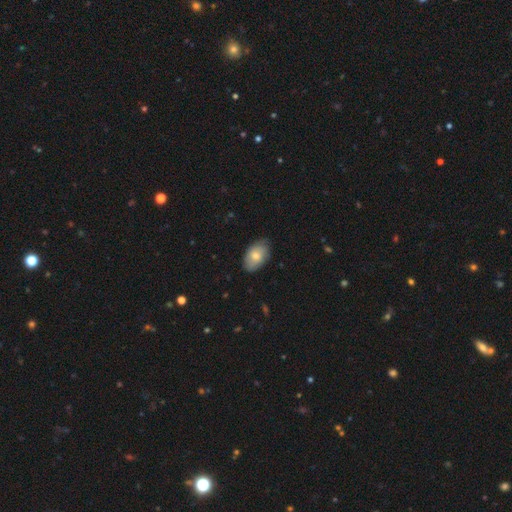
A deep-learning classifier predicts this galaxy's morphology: smooth-or-featured: smooth: 73% | featured or disk: 21% | star or artifact: 6%
  how-rounded: in between: 91% | round: 8% | cigar-shaped: 1%
  merging: none: 71% | minor disturbance: 24% | major disturbance: 4% | merger: 1%